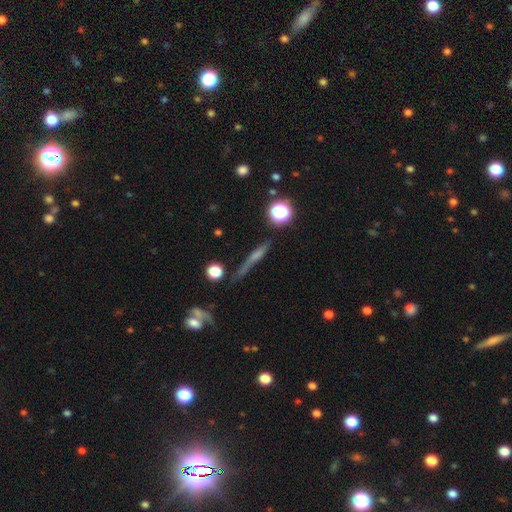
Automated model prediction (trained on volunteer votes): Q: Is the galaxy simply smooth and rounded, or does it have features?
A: featured or disk — 44%.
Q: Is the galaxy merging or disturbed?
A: none — 69%.